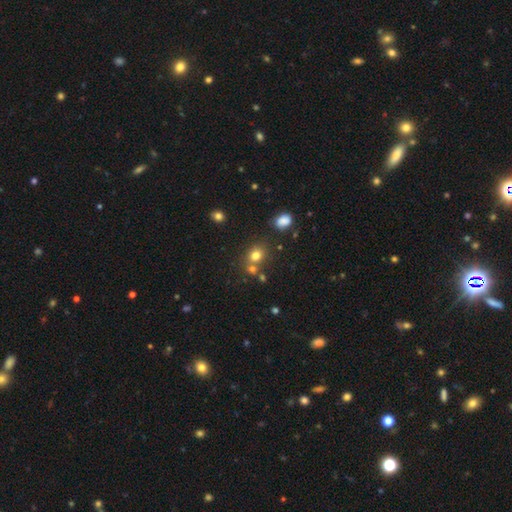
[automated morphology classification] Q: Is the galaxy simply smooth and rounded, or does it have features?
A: smooth — 75%.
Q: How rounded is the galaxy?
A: round — 65%.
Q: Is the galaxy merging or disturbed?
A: none — 61%.